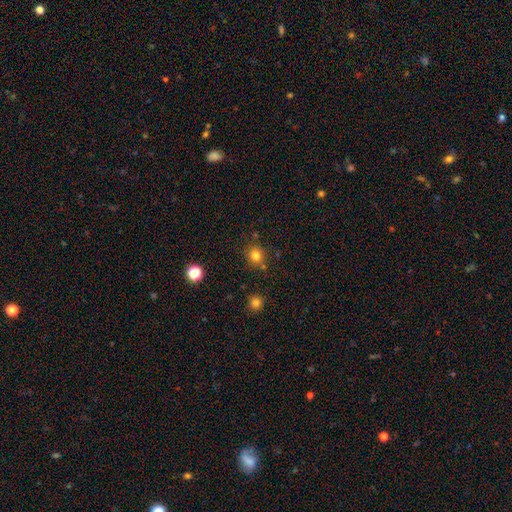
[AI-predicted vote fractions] A smooth galaxy with no disk features (79%) that is round (87%). Merging: none (81%).